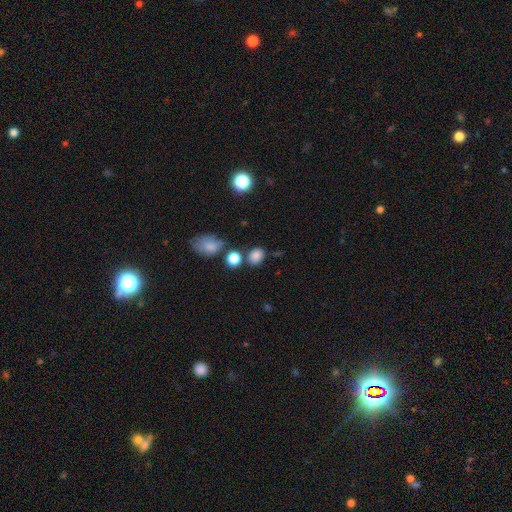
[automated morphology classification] The model was most divided on "how rounded": in between: 52%, round: 47%, cigar-shaped: 1%. More confident: smooth or featured — smooth (83%); merging — none (73%).